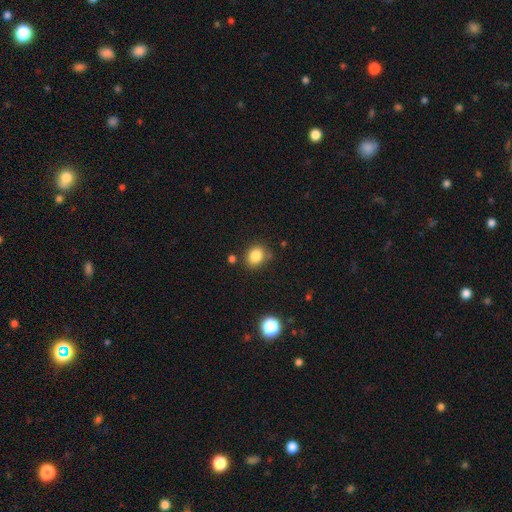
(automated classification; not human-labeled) smooth_or_featured: smooth (p=0.84) [alt: star or artifact p=0.10]
how_rounded: round (p=0.50) [alt: in between p=0.49]
merging: none (p=0.76) [alt: minor disturbance p=0.15]